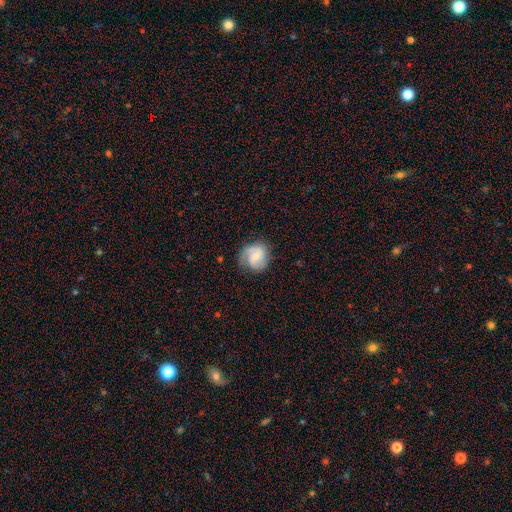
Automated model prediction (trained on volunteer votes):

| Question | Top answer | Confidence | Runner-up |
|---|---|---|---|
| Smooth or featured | featured or disk | 62% | smooth (32%) |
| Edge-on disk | no | 98% | yes (2%) |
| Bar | no | 46% | weak (44%) |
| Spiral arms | yes | 89% | no (11%) |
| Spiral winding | medium | 43% | tight (37%) |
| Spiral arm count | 2 | 62% | 1 (16%) |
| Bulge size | small | 52% | moderate (39%) |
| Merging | none | 64% | minor disturbance (24%) |